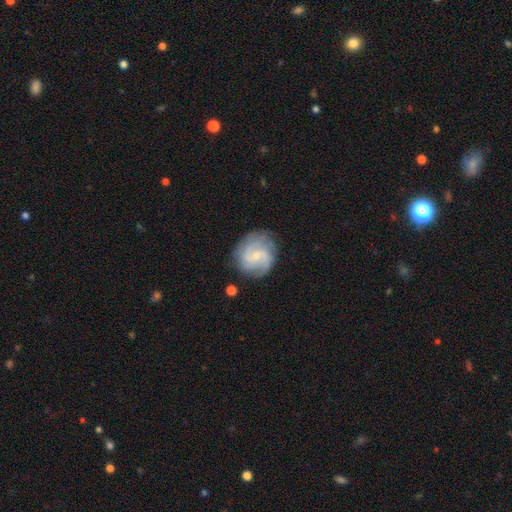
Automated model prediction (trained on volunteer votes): Morphology: type=featured or disk (78%); edge-on=no (98%); bar=weak (51%); spiral arms=yes (95%); winding=medium (47%); arm count=2 (53%); bulge=small (72%); merging=none (77%).